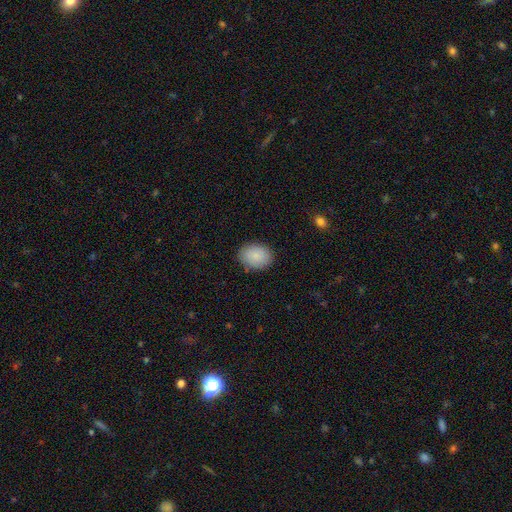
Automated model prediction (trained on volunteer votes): smooth-or-featured: smooth: 88% | star or artifact: 7% | featured or disk: 5%
  how-rounded: in between: 64% | round: 35% | cigar-shaped: 1%
  merging: none: 87% | minor disturbance: 9% | major disturbance: 2% | merger: 1%